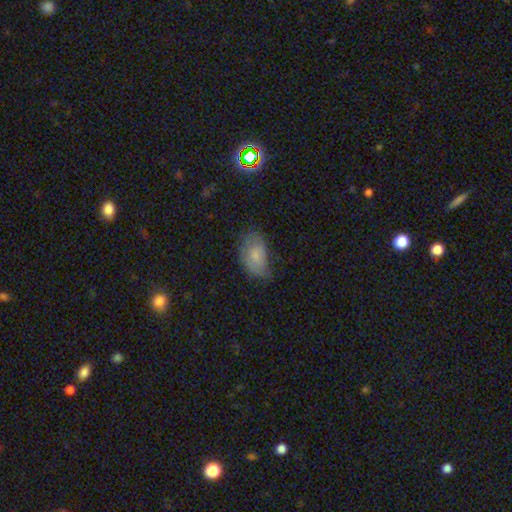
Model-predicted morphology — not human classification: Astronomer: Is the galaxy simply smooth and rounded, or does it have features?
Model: smooth — 73%.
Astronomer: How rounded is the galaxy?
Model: in between — 92%.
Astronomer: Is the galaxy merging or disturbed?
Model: none — 51% (runner-up: minor disturbance, 36%).